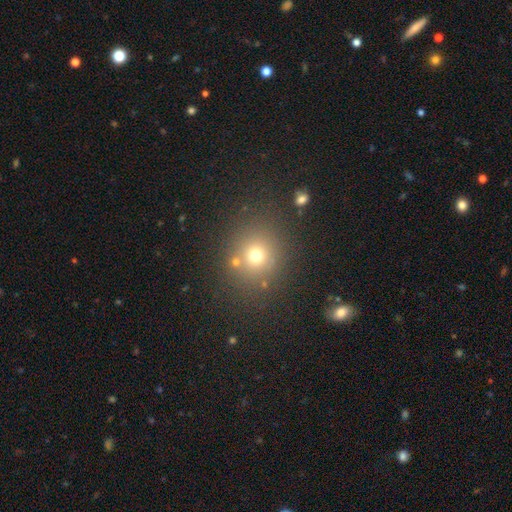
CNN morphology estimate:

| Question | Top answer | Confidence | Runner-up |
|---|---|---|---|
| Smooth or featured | smooth | 68% | star or artifact (21%) |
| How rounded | round | 84% | in between (15%) |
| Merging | none | 77% | minor disturbance (9%) |